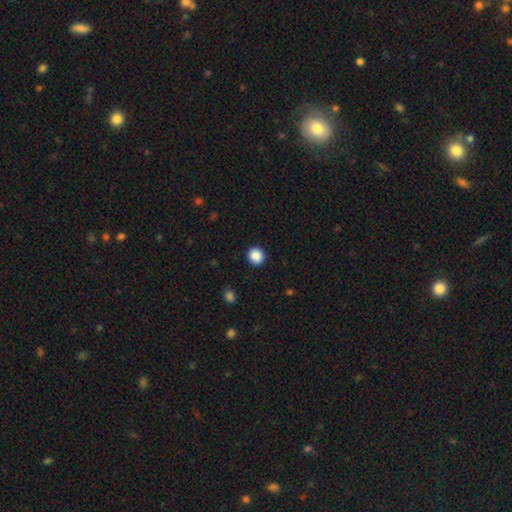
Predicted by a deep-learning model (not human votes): Smooth or featured: smooth — 88% (star or artifact — 9%)
How rounded: round — 91% (in between — 8%)
Merging: none — 91% (minor disturbance — 6%)